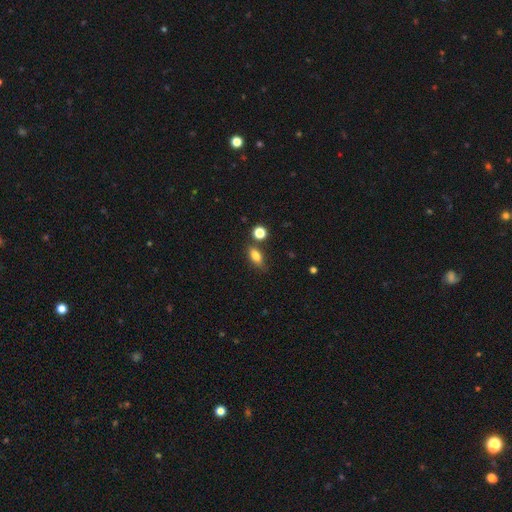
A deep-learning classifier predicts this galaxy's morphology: This appears to be a smooth galaxy with no disk features (81%) that is in between round and cigar-shaped (78%). Merging: none (69%).